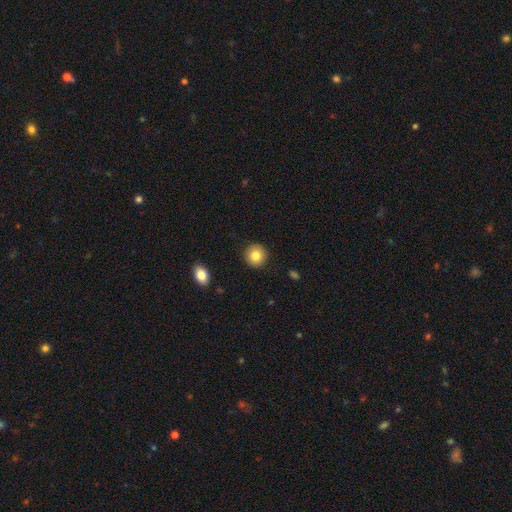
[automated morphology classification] smooth-or-featured: smooth: 84% | star or artifact: 9% | featured or disk: 7%
  how-rounded: round: 92% | in between: 7% | cigar-shaped: 1%
  merging: none: 91% | minor disturbance: 6% | major disturbance: 2% | merger: 1%